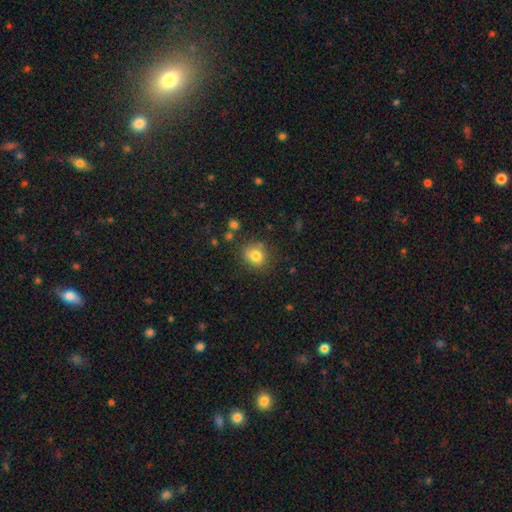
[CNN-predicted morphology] smooth 80%, star or artifact 11%, featured or disk 9%. Down the decision tree: how rounded — round (69%); merging — none (74%).